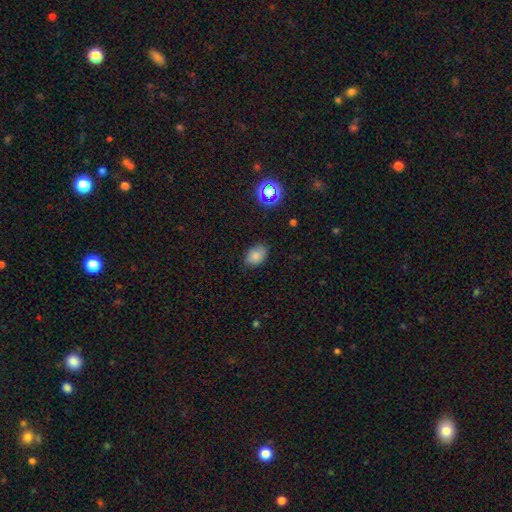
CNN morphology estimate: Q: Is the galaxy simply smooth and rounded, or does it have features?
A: smooth — 80%.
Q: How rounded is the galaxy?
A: in between — 82%.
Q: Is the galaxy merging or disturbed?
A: none — 81%.